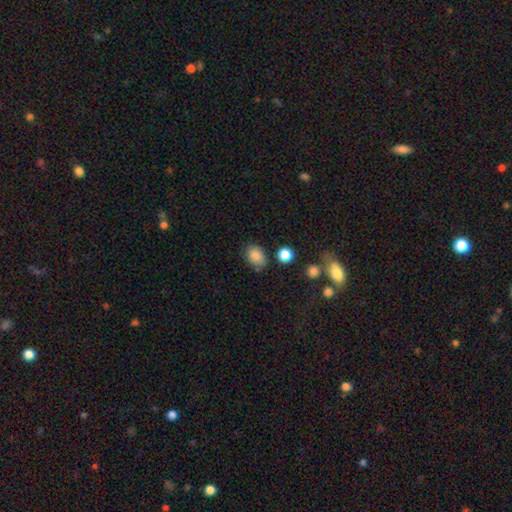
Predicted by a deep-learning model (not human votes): Smooth or featured? smooth (84%)
How rounded? in between (73%)
Merging? none (67%)